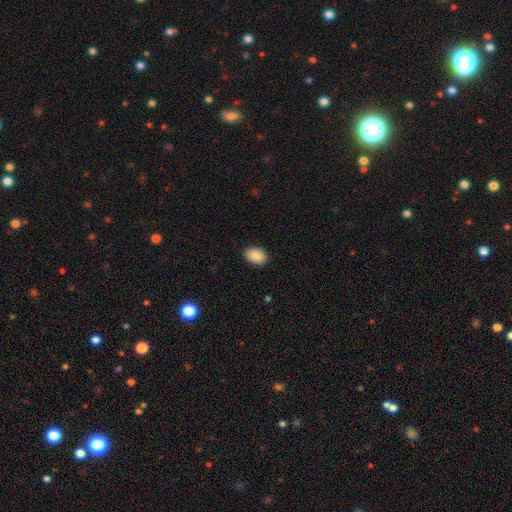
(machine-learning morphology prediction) Smooth or featured? smooth (89%)
How rounded? in between (85%)
Merging? none (89%)